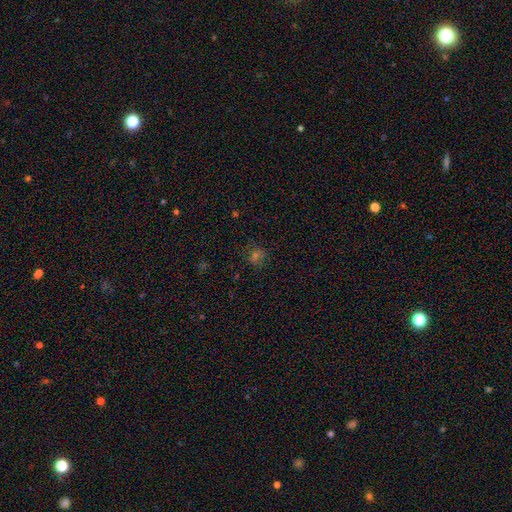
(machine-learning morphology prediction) smooth-or-featured: smooth: 51% | star or artifact: 34% | featured or disk: 15%
  how-rounded: round: 80% | in between: 18% | cigar-shaped: 1%
  merging: none: 79% | minor disturbance: 13% | major disturbance: 5% | merger: 3%